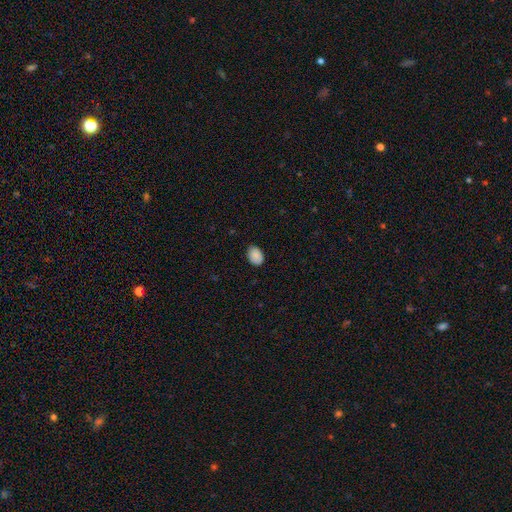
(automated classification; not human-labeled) smooth_or_featured: smooth (p=0.89) [alt: star or artifact p=0.08]
how_rounded: in between (p=0.76) [alt: round p=0.23]
merging: none (p=0.84) [alt: minor disturbance p=0.12]